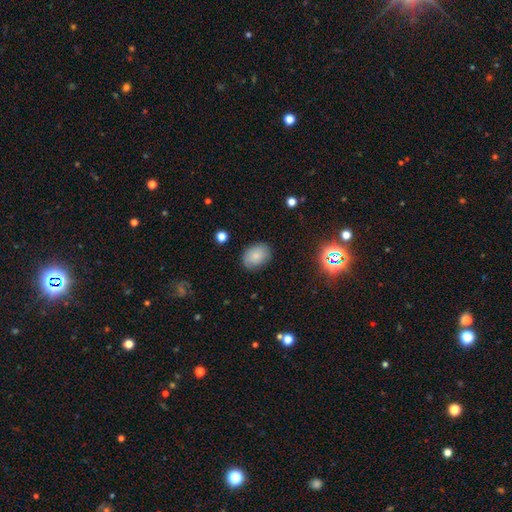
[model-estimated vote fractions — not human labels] Morphology: type=smooth (75%); roundness=in between (64%); merging=none (80%).